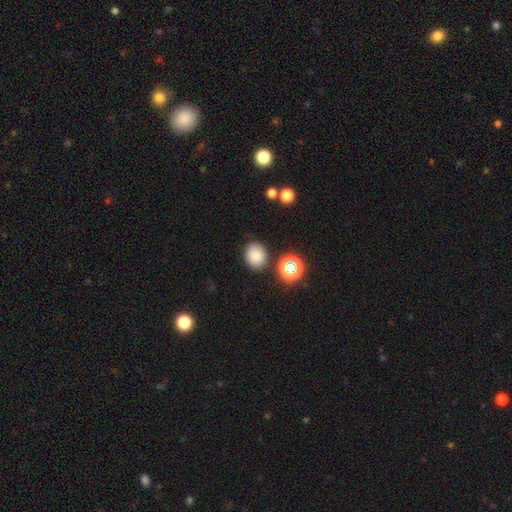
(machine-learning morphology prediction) Smooth or featured? smooth (79%)
How rounded? round (62%)
Merging? none (84%)